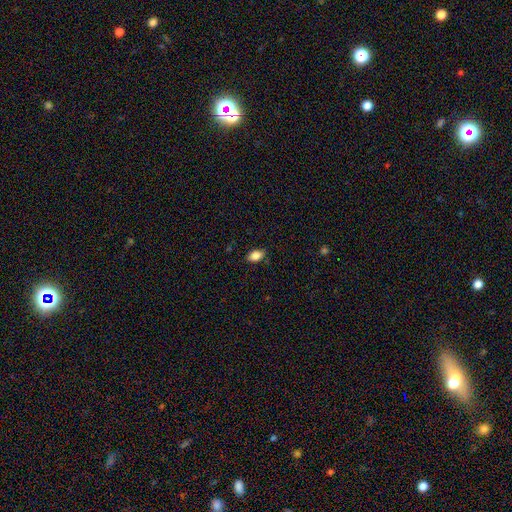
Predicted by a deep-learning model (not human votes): Q: Smooth or featured?
A: smooth (85%); runner-up: star or artifact (8%)
Q: How rounded?
A: in between (89%); runner-up: round (9%)
Q: Merging?
A: none (86%); runner-up: minor disturbance (11%)